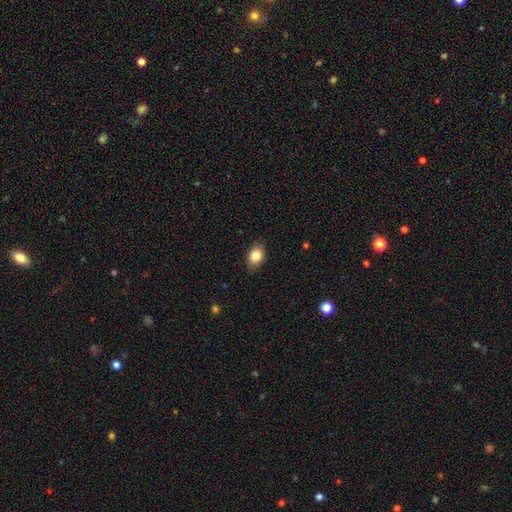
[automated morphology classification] Overall: smooth (84%). How rounded: in between (76%). Merging: none (83%).